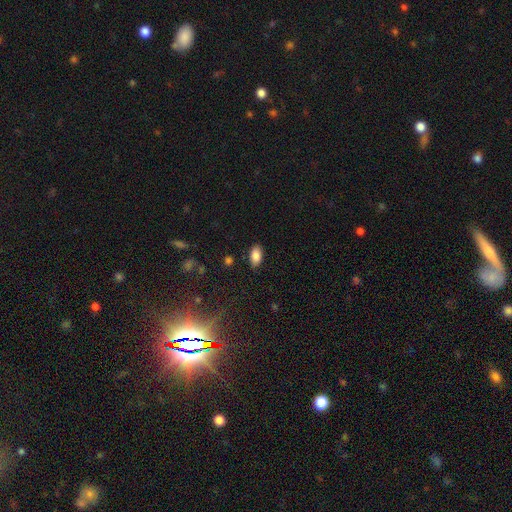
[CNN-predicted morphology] Smooth or featured?
  - smooth: 85% *
  - star or artifact: 8%
  - featured or disk: 7%
How rounded?
  - in between: 93% *
  - round: 5%
  - cigar-shaped: 2%
Merging?
  - none: 86% *
  - minor disturbance: 11%
  - major disturbance: 2%
  - merger: 1%